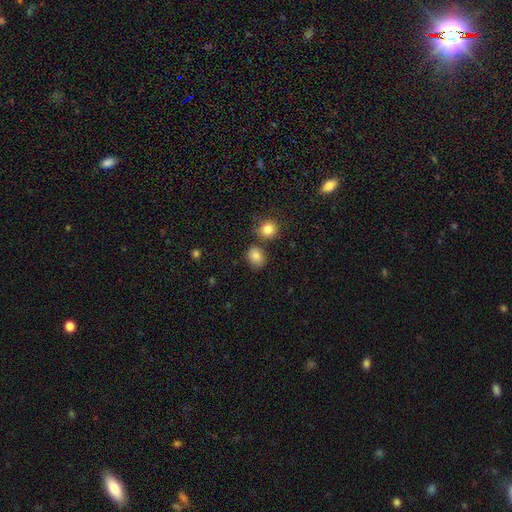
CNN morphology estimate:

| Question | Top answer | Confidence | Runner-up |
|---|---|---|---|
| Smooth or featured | smooth | 83% | star or artifact (11%) |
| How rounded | in between | 50% | round (49%) |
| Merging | none | 73% | minor disturbance (13%) |